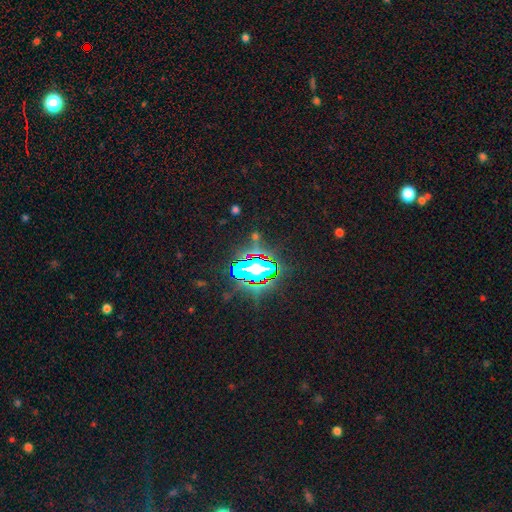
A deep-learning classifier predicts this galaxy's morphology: Smooth or featured: star or artifact — 85% (smooth — 8%)